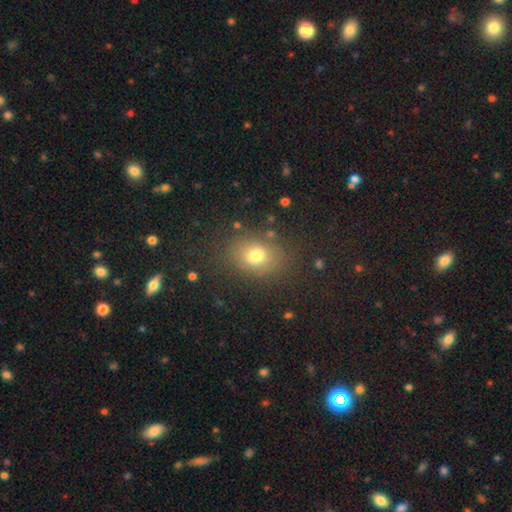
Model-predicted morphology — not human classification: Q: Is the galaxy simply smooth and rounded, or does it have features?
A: smooth — 74%.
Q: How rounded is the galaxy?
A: in between — 57%.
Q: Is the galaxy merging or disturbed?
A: none — 78%.